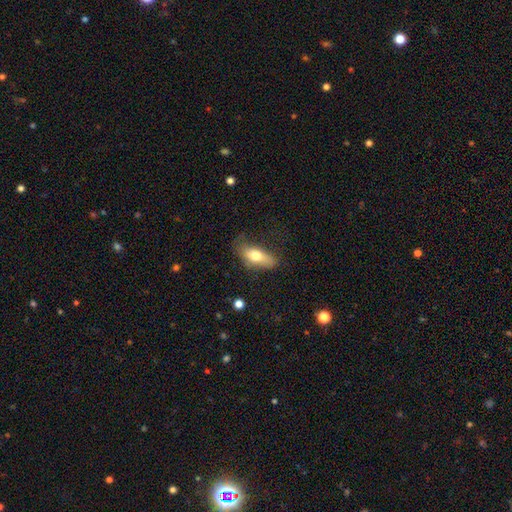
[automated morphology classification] Smooth or featured? Predicted: smooth (p=0.67). How rounded? Predicted: in between (p=0.78). Merging? Predicted: none (p=0.51).